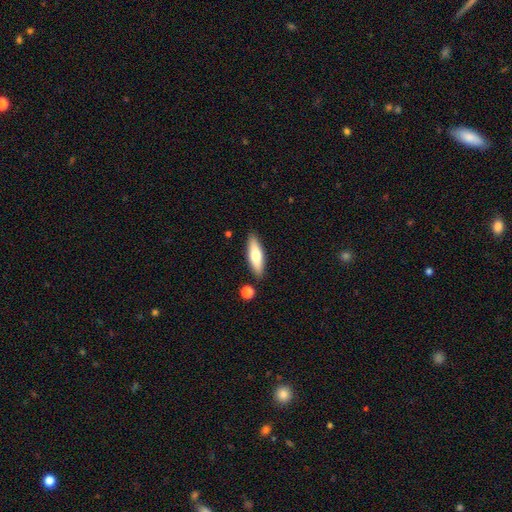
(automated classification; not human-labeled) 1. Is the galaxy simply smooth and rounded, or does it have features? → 65% smooth, 29% featured or disk, 6% star or artifact.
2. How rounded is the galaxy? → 56% cigar-shaped, 42% in between, 2% round.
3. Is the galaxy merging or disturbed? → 86% none, 9% minor disturbance, 3% merger, 2% major disturbance.